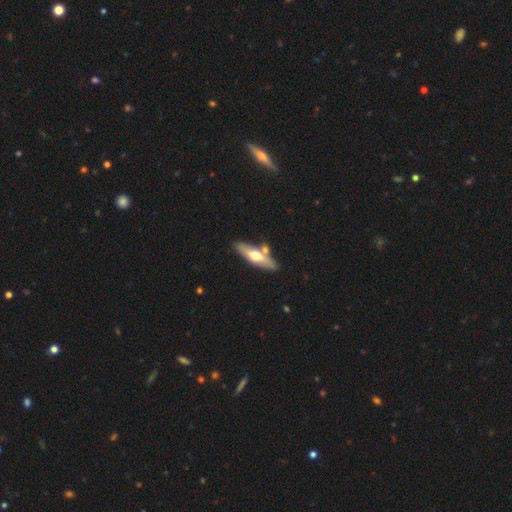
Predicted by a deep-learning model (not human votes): featured or disk 50%, smooth 45%, star or artifact 5%. Down the decision tree: merging — none (70%).